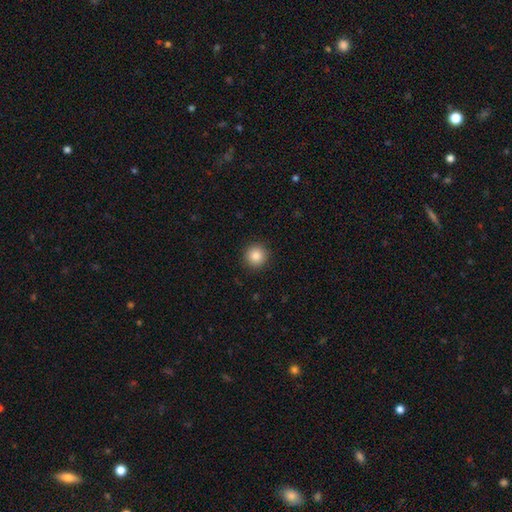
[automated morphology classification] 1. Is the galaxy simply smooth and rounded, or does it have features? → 85% smooth, 10% star or artifact, 5% featured or disk.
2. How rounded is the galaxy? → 95% round, 4% in between, 1% cigar-shaped.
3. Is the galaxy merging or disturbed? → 92% none, 5% minor disturbance, 2% major disturbance, 1% merger.